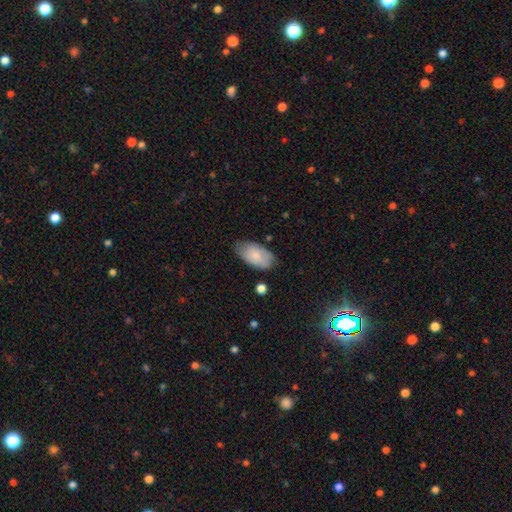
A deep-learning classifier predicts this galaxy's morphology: Smooth or featured? smooth (82%)
How rounded? in between (95%)
Merging? none (64%)